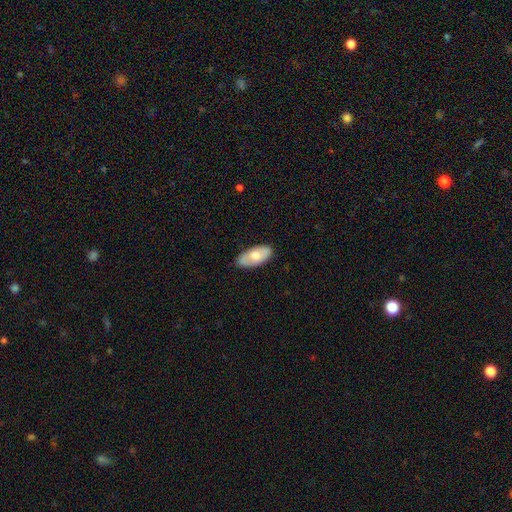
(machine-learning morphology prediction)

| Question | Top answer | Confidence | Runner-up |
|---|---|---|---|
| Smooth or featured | smooth | 65% | featured or disk (29%) |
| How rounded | in between | 91% | cigar-shaped (6%) |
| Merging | none | 84% | minor disturbance (13%) |